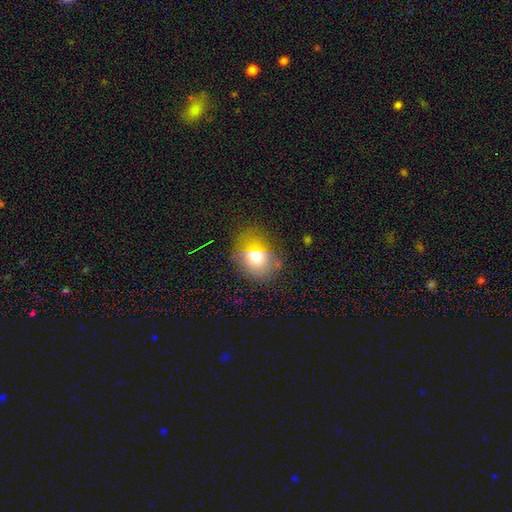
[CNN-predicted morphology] A smooth galaxy with no disk features (67%) that is round (49%, tied with in between). Merging: none (69%).